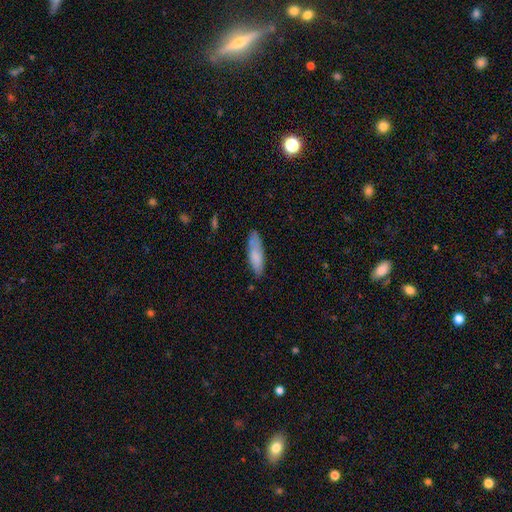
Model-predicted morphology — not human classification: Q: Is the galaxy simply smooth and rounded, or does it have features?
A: smooth — 78%.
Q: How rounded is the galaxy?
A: cigar-shaped — 54%.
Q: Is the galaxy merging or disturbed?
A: none — 74%.